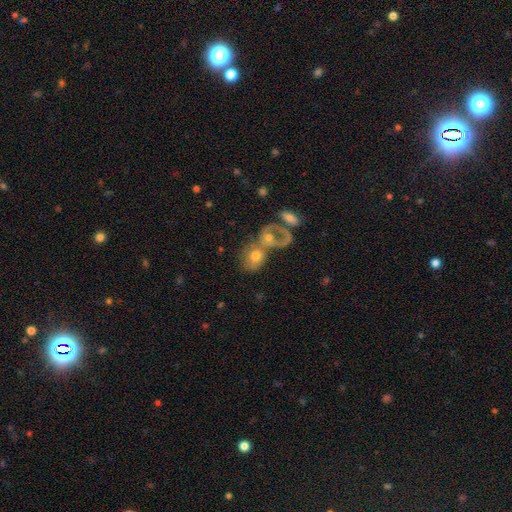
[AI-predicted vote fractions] The model was most divided on "how rounded": round: 50%, in between: 48%, cigar-shaped: 2%. More confident: merging — merger (67%); smooth or featured — smooth (54%).